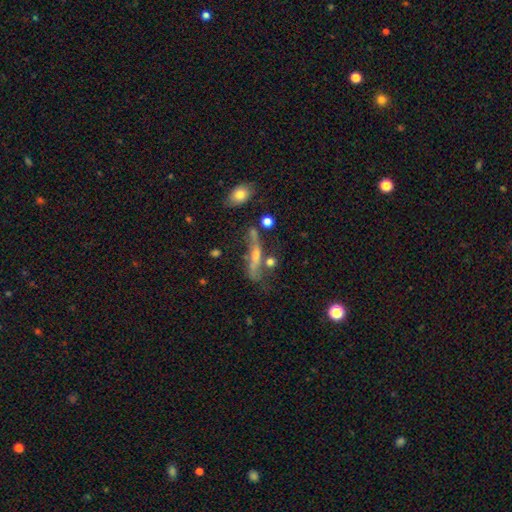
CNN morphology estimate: This is possibly a featured or disk galaxy (59%). It is likely viewed edge-on (62%). Merging: marginally none (44%).